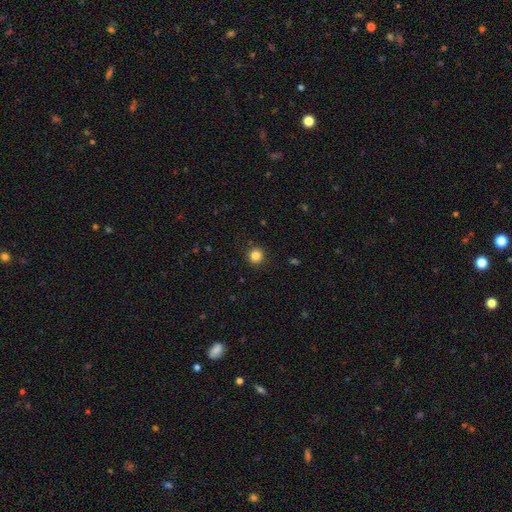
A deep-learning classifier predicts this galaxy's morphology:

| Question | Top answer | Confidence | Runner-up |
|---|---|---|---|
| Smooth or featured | smooth | 84% | star or artifact (12%) |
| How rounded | round | 92% | in between (7%) |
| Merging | none | 91% | minor disturbance (6%) |